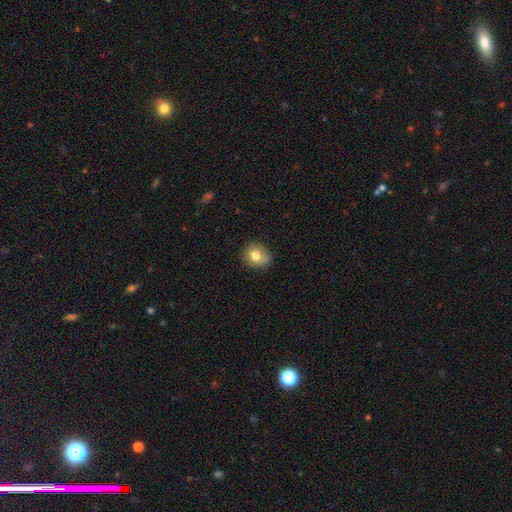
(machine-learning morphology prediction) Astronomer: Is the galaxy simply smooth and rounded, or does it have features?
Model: smooth — 77%.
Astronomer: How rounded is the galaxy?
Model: round — 78%.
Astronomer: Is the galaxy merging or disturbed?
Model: none — 76%.